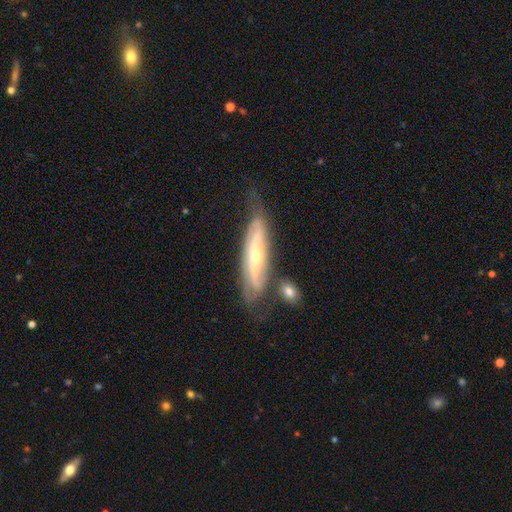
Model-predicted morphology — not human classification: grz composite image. It shows a featured or disk galaxy (73%). Merging: none (58%).